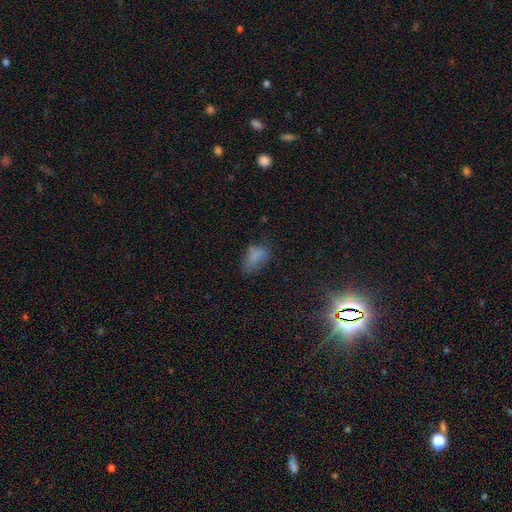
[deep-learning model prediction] This is likely a smooth galaxy (74%). How rounded: clearly in between (90%). Merging: possibly none (50%).